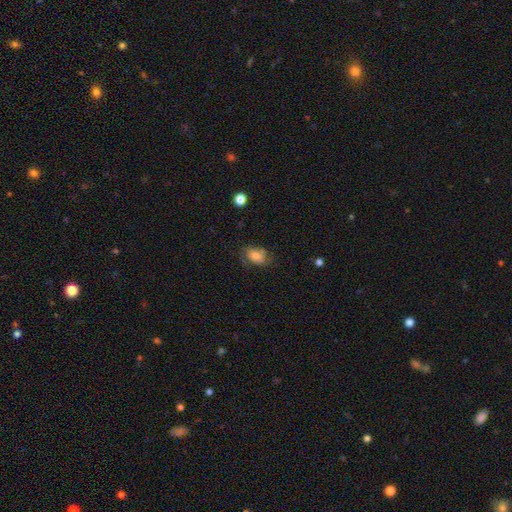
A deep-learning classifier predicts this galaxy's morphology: smooth 65%, featured or disk 25%, star or artifact 10%. Down the decision tree: how rounded — in between (83%); merging — none (56%).